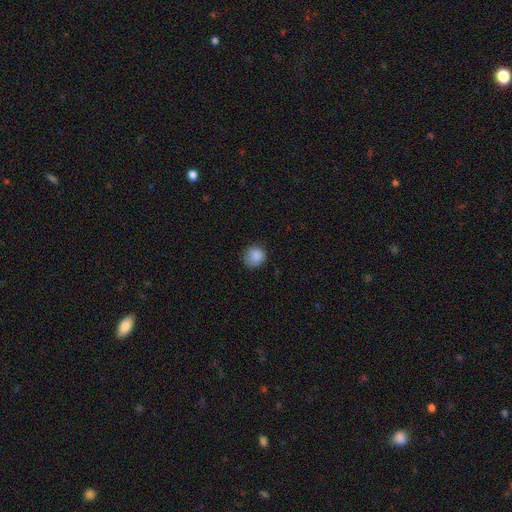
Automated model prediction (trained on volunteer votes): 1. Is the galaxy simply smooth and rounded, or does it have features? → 87% smooth, 9% star or artifact, 4% featured or disk.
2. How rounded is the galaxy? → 84% round, 15% in between, 1% cigar-shaped.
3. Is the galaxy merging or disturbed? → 74% none, 20% minor disturbance, 5% major disturbance, 1% merger.